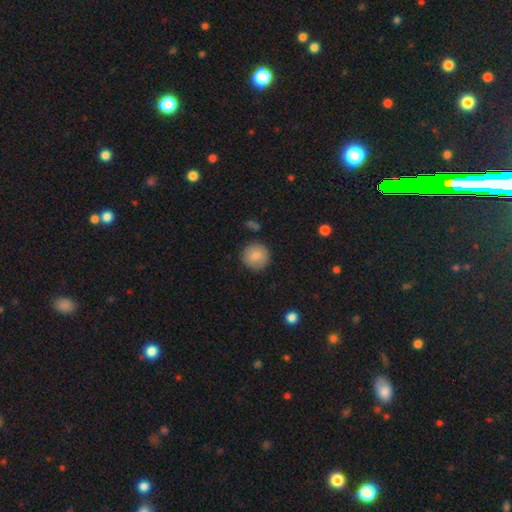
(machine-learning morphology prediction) A smooth galaxy with no disk features (84%) that is round (94%). Merging: none (87%).